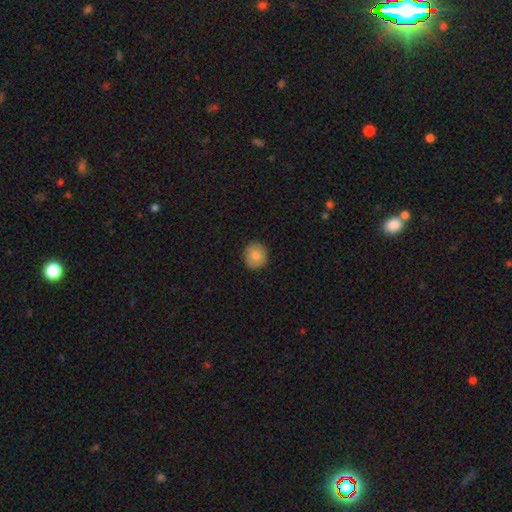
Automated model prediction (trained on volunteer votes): This appears to be a smooth galaxy with no disk features (81%) that is round (90%). Merging: none (89%).